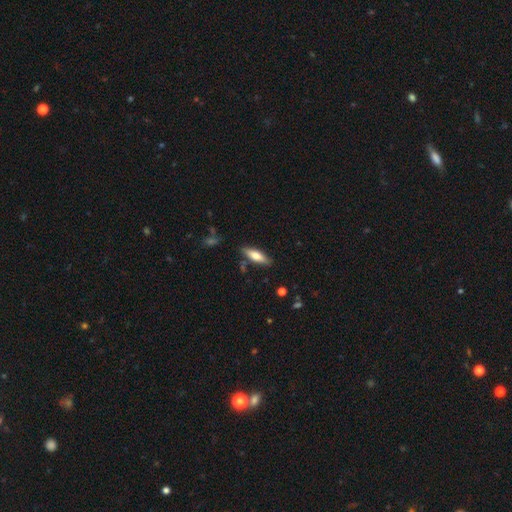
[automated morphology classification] A smooth galaxy with no disk features (63%) that is cigar-shaped (53%).

Vote fractions:
- Smooth or featured? smooth: 63% / featured or disk: 31% / star or artifact: 6%
- How rounded? cigar-shaped: 53% / in between: 45% / round: 2%
- Merging? none: 82% / minor disturbance: 12% / merger: 3% / major disturbance: 3%